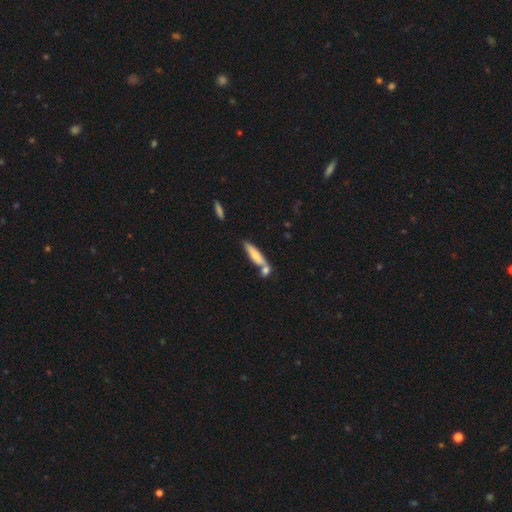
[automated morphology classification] A smooth galaxy with no disk features (63%) that is cigar-shaped (75%).

Vote fractions:
- Smooth or featured? smooth: 63% / featured or disk: 30% / star or artifact: 6%
- How rounded? cigar-shaped: 75% / in between: 23% / round: 2%
- Merging? none: 55% / merger: 29% / minor disturbance: 13% / major disturbance: 3%